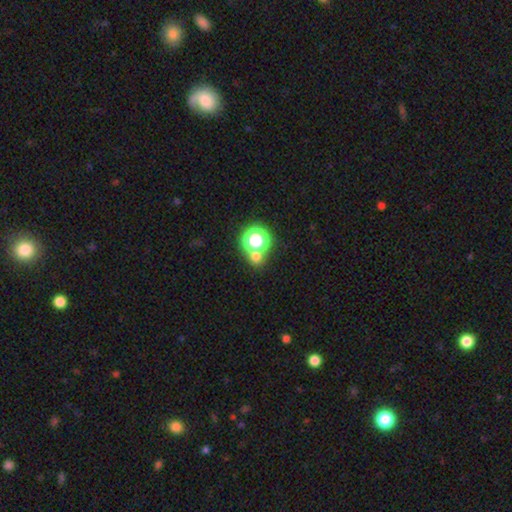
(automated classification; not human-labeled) The model was most divided on "smooth or featured": smooth: 61%, star or artifact: 32%, featured or disk: 7%. More confident: how rounded — round (84%); merging — none (63%).